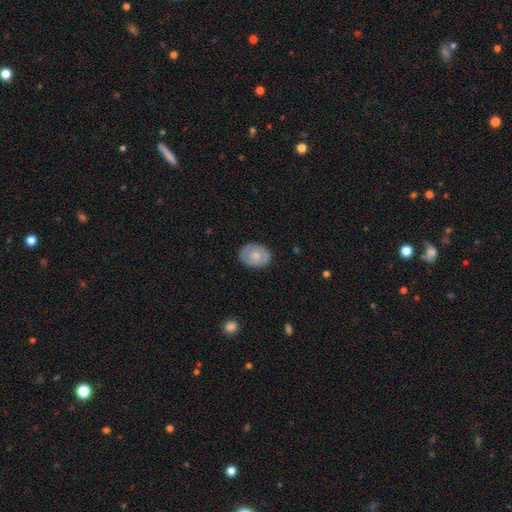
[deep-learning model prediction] Smooth or featured? Predicted: smooth (p=0.69). How rounded? Predicted: in between (p=0.65). Merging? Predicted: none (p=0.83).